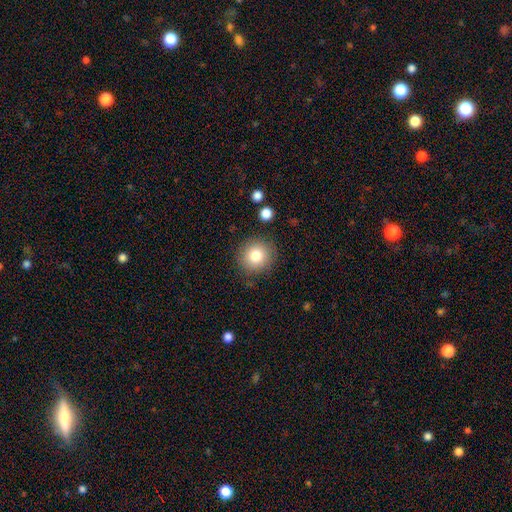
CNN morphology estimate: Q: Smooth or featured?
A: smooth (81%); runner-up: star or artifact (10%)
Q: How rounded?
A: round (90%); runner-up: in between (9%)
Q: Merging?
A: none (86%); runner-up: minor disturbance (9%)